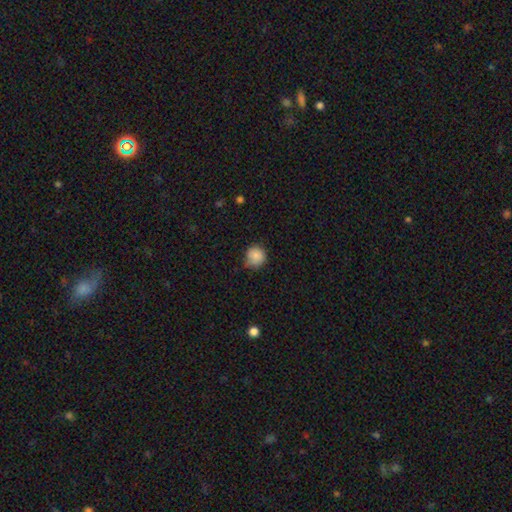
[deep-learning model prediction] Smooth or featured? Predicted: smooth (p=0.86). How rounded? Predicted: round (p=0.90). Merging? Predicted: none (p=0.65).